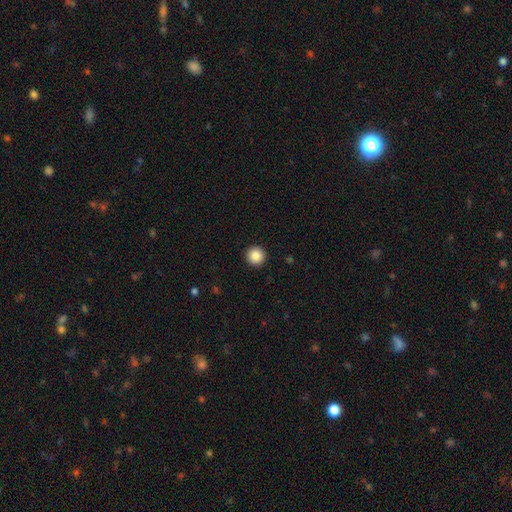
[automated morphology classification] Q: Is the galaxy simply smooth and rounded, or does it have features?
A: smooth — 87%.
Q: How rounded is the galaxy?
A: round — 97%.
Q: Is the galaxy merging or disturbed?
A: none — 94%.